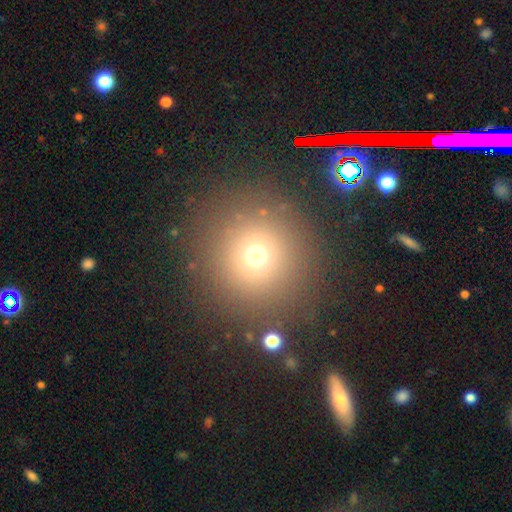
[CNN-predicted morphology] Q: Smooth or featured?
A: smooth (68%); runner-up: star or artifact (22%)
Q: How rounded?
A: round (95%); runner-up: in between (4%)
Q: Merging?
A: none (86%); runner-up: minor disturbance (7%)